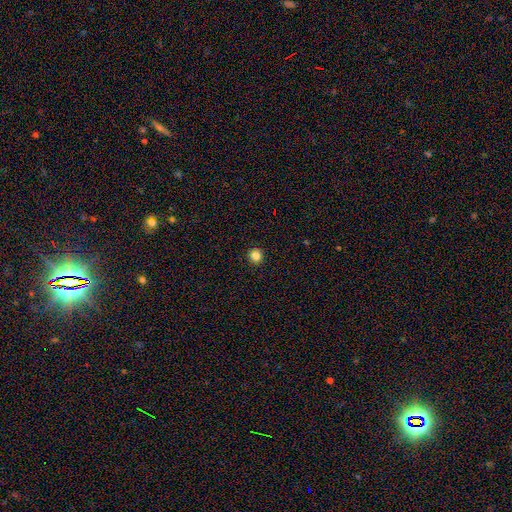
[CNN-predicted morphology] smooth 85%, star or artifact 12%, featured or disk 4%. Down the decision tree: how rounded — round (95%); merging — none (94%).